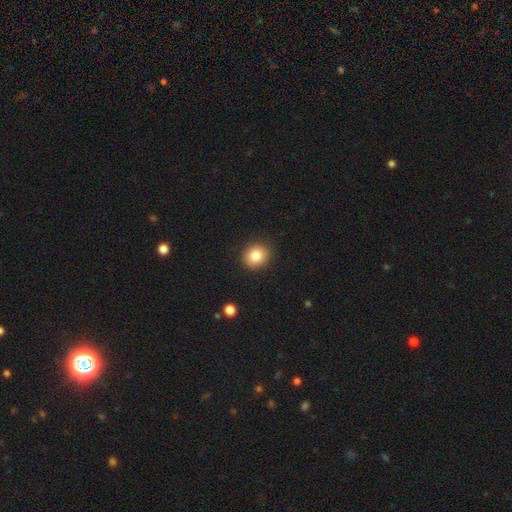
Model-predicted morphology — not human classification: The model was most divided on "how rounded": round: 70%, in between: 29%, cigar-shaped: 1%. More confident: merging — none (87%); smooth or featured — smooth (85%).